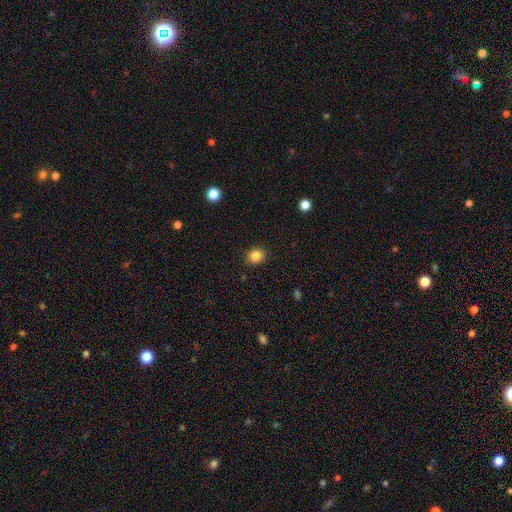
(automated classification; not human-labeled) Morphology: type=smooth (85%); roundness=round (69%); merging=none (89%).